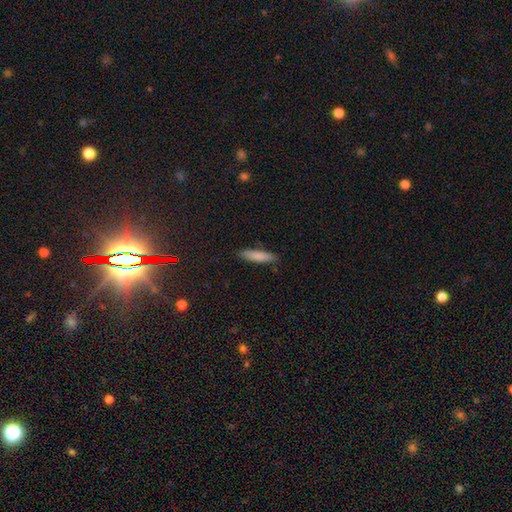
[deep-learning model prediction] The model was most divided on "how rounded": cigar-shaped: 79%, in between: 20%, round: 2%. More confident: merging — none (87%); smooth or featured — smooth (80%).